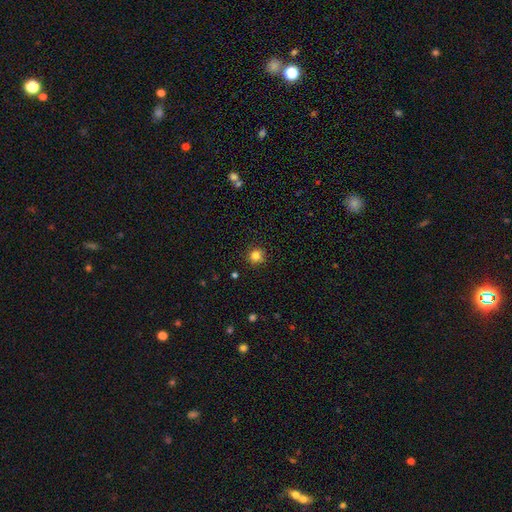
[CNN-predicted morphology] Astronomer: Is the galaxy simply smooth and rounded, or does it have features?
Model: smooth — 81%.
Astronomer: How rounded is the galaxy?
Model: round — 91%.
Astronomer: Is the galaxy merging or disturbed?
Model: none — 88%.